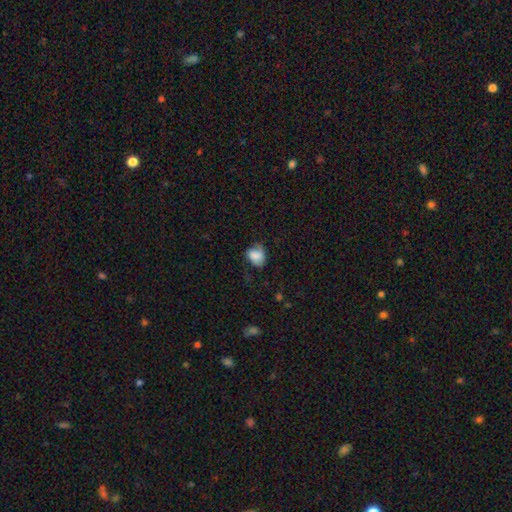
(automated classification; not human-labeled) This appears to be a smooth galaxy with no disk features (78%) that is in between round and cigar-shaped (60%). Merging: none (45%).